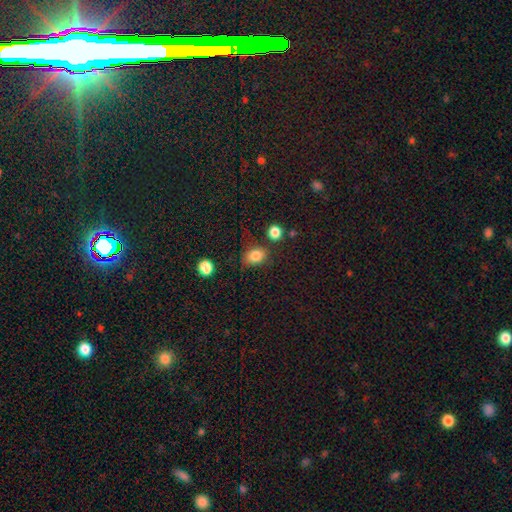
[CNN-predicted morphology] This appears to be a smooth galaxy with no disk features (83%) that is in between round and cigar-shaped (61%). Merging: none (67%).